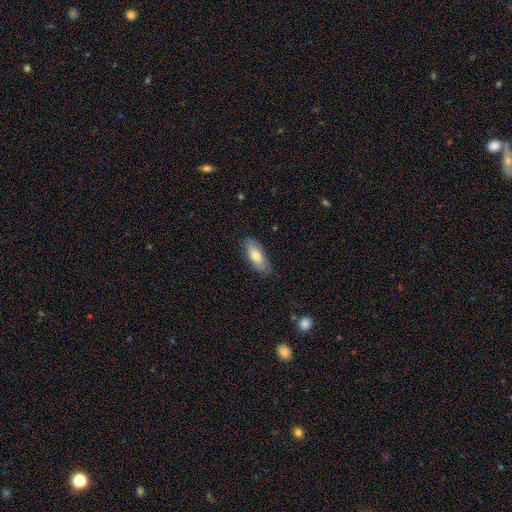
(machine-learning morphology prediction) Smooth or featured?
  - smooth: 69% *
  - featured or disk: 25%
  - star or artifact: 6%
How rounded?
  - in between: 74% *
  - cigar-shaped: 24%
  - round: 2%
Merging?
  - none: 81% *
  - minor disturbance: 15%
  - major disturbance: 3%
  - merger: 1%